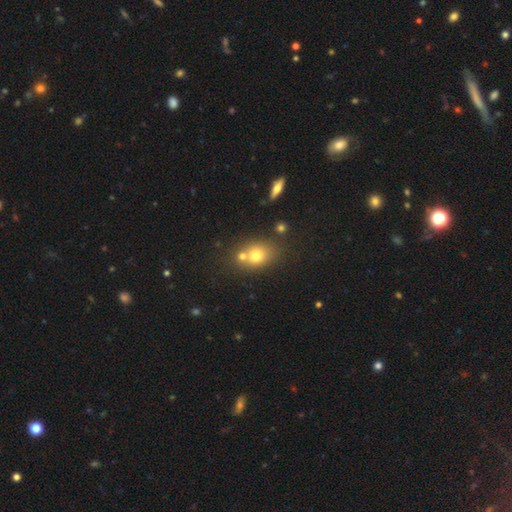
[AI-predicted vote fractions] Smooth or featured? Predicted: smooth (p=0.73). How rounded? Predicted: round (p=0.50). Merging? Predicted: none (p=0.53).